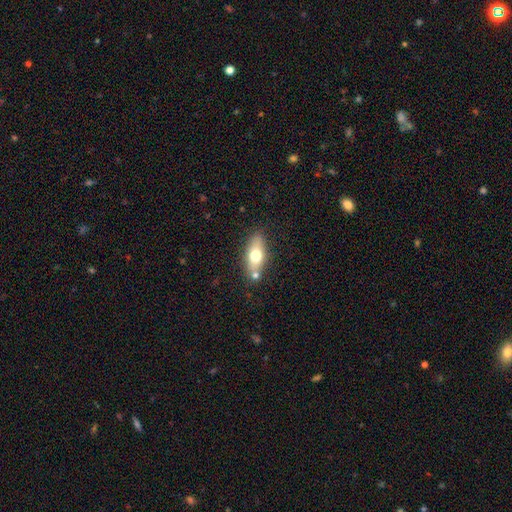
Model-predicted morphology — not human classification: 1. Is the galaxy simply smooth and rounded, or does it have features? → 66% smooth, 27% featured or disk, 7% star or artifact.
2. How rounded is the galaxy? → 78% in between, 17% cigar-shaped, 5% round.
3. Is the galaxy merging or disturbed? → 71% none, 14% minor disturbance, 11% merger, 3% major disturbance.